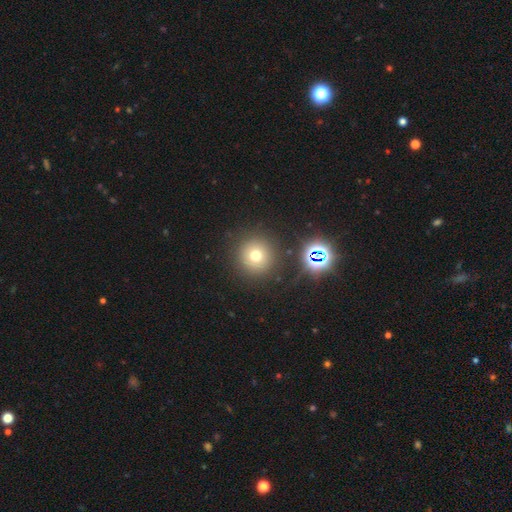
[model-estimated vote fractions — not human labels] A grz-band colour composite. It shows a smooth galaxy with no disk features (70%) that is round (95%). Merging: none (88%).